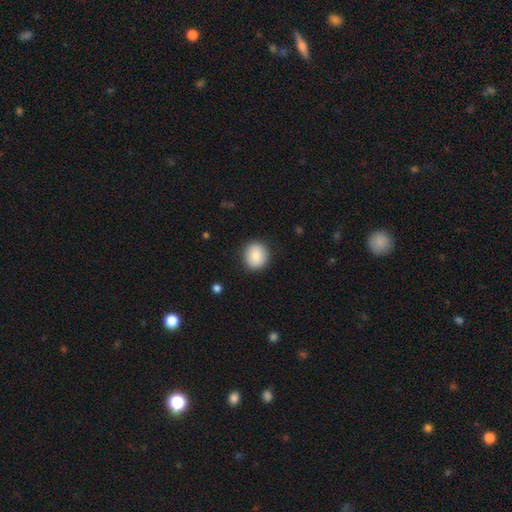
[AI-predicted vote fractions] Overall: smooth (84%). How rounded: round (87%). Merging: none (90%).